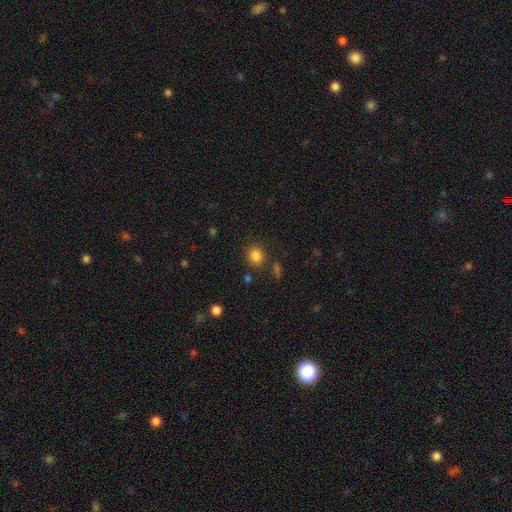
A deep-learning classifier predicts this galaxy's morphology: This appears to be a smooth galaxy with no disk features (84%) that is round (77%). Merging: none (83%).